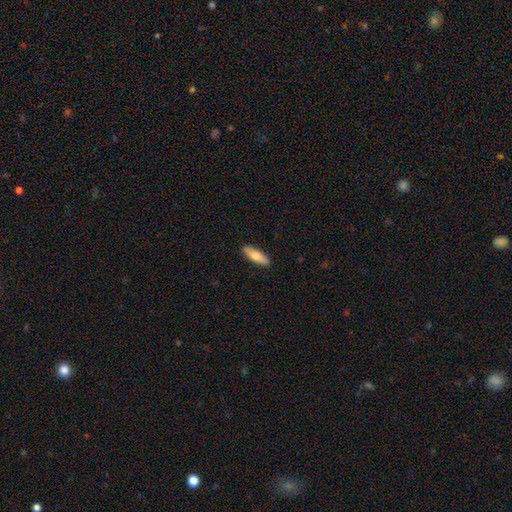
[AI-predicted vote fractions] This is likely a smooth galaxy (72%). How rounded: possibly in between (50%). Merging: clearly none (90%).